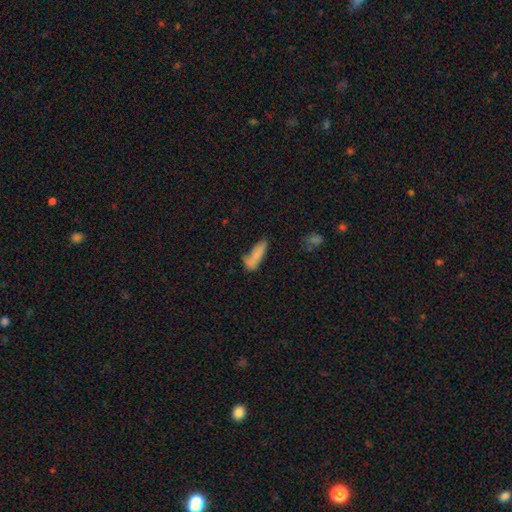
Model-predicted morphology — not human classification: smooth_or_featured: smooth (p=0.79) [alt: featured or disk p=0.13]
how_rounded: cigar-shaped (p=0.53) [alt: in between p=0.45]
merging: none (p=0.47) [alt: minor disturbance p=0.26]